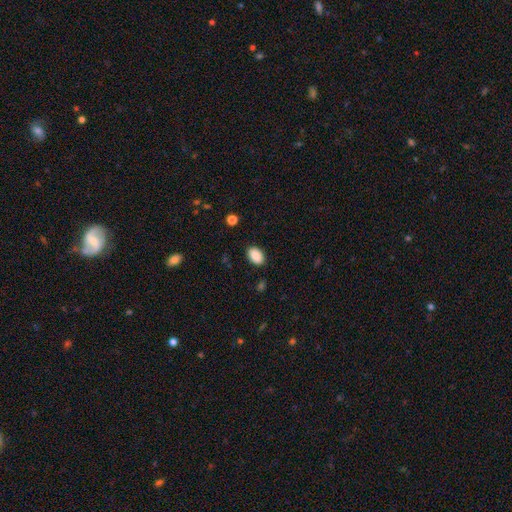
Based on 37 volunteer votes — A smooth galaxy with no disk features (86%) that is in between round and cigar-shaped (94%). Merging: none (94%).